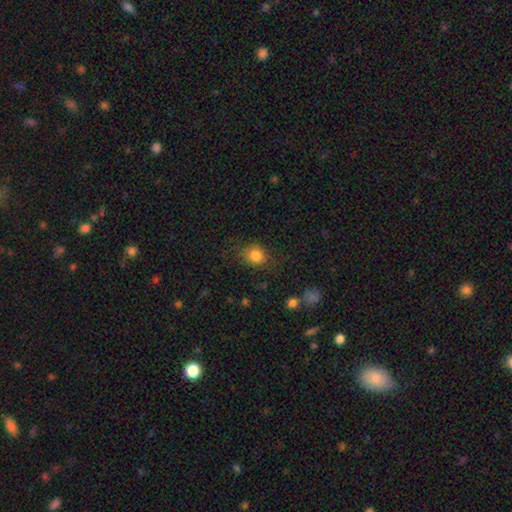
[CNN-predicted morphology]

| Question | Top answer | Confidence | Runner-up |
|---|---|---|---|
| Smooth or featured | smooth | 83% | star or artifact (11%) |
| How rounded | round | 70% | in between (29%) |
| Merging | none | 76% | minor disturbance (16%) |